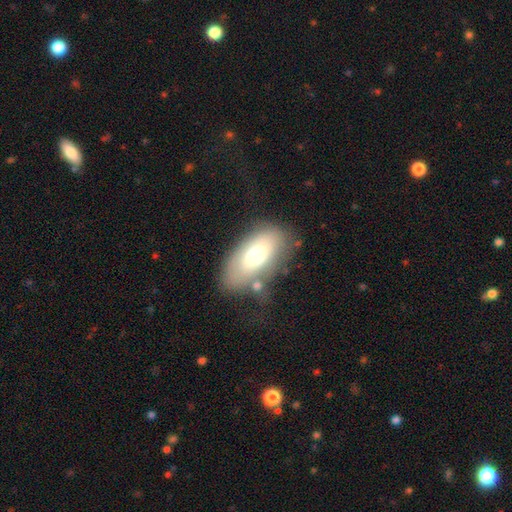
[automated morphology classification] A smooth galaxy with no disk features (66%) that is in between round and cigar-shaped (91%).

Vote fractions:
- Smooth or featured? smooth: 66% / featured or disk: 26% / star or artifact: 8%
- How rounded? in between: 91% / round: 5% / cigar-shaped: 4%
- Merging? none: 61% / minor disturbance: 19% / major disturbance: 10% / merger: 9%